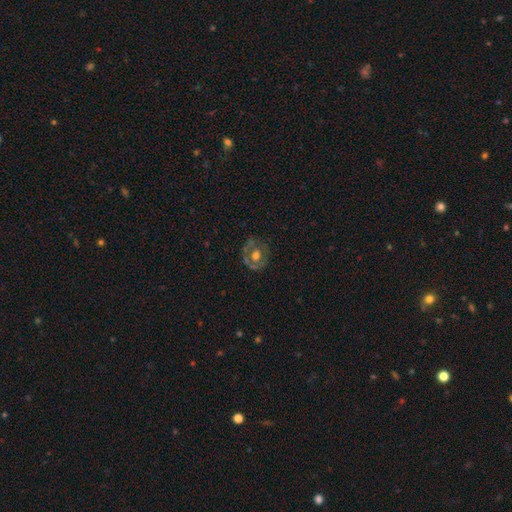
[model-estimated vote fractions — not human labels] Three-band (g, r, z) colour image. It shows a featured or disk galaxy (56%) with no bar (83%), no spiral arms (78%) and a moderate central bulge (65%). Merging: none (69%).